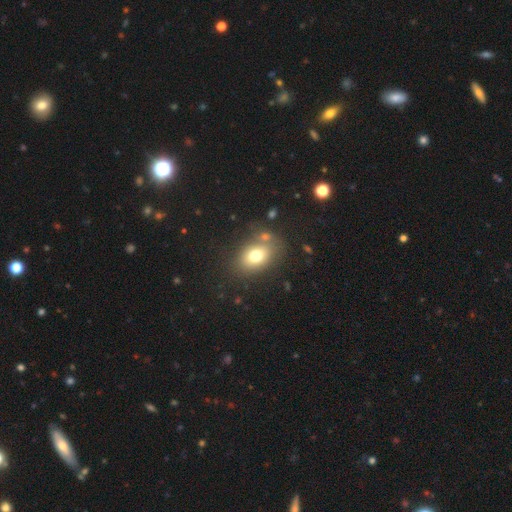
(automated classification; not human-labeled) Smooth or featured: smooth — 74% (featured or disk — 15%)
How rounded: in between — 73% (round — 26%)
Merging: none — 67% (minor disturbance — 15%)